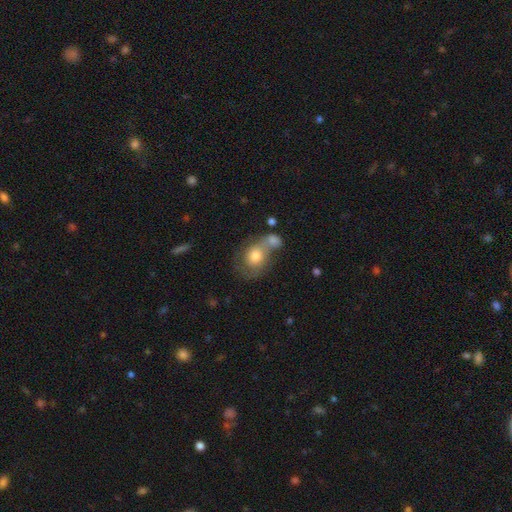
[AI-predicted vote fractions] Q: Smooth or featured?
A: smooth (61%); runner-up: featured or disk (31%)
Q: How rounded?
A: round (52%); runner-up: in between (47%)
Q: Merging?
A: merger (48%); runner-up: none (24%)